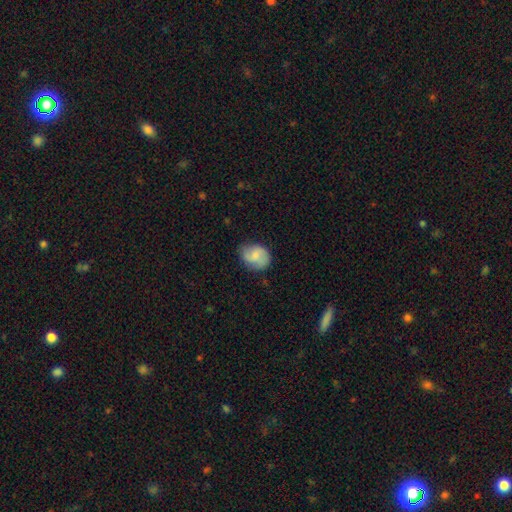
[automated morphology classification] Smooth or featured: smooth — 64% (featured or disk — 29%)
How rounded: in between — 53% (round — 46%)
Merging: none — 69% (minor disturbance — 24%)